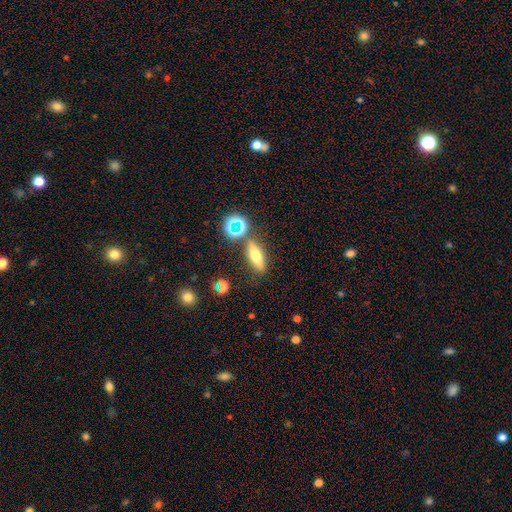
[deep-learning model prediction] smooth_or_featured: smooth (p=0.57) [alt: featured or disk p=0.28]
how_rounded: cigar-shaped (p=0.51) [alt: in between p=0.41]
merging: none (p=0.80) [alt: minor disturbance p=0.10]